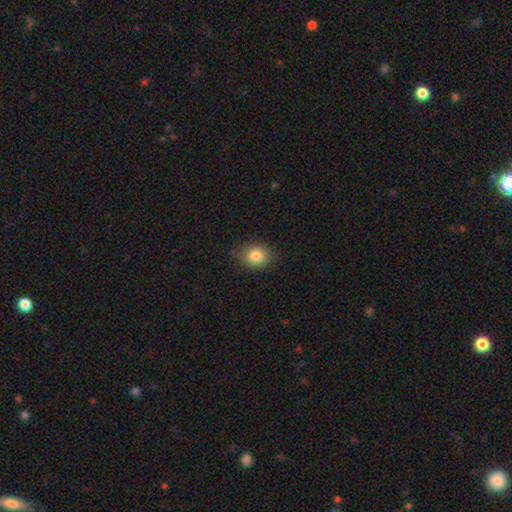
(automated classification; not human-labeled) smooth_or_featured: smooth (p=0.83) [alt: star or artifact p=0.10]
how_rounded: round (p=0.64) [alt: in between p=0.35]
merging: none (p=0.80) [alt: minor disturbance p=0.16]